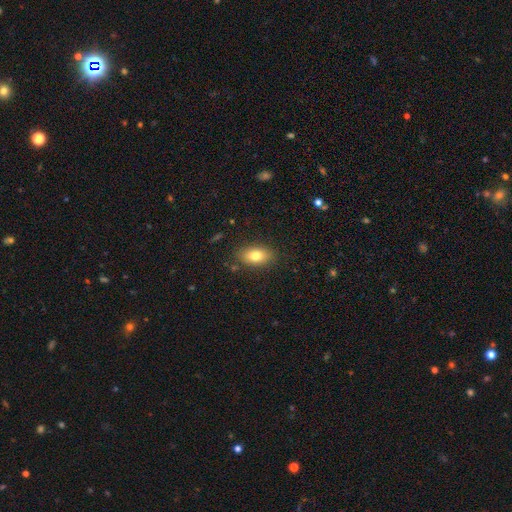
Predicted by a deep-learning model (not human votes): A smooth galaxy with no disk features (77%) that is in between round and cigar-shaped (86%).

Vote fractions:
- Smooth or featured? smooth: 77% / featured or disk: 14% / star or artifact: 9%
- How rounded? in between: 86% / round: 11% / cigar-shaped: 3%
- Merging? none: 85% / minor disturbance: 10% / major disturbance: 3% / merger: 1%